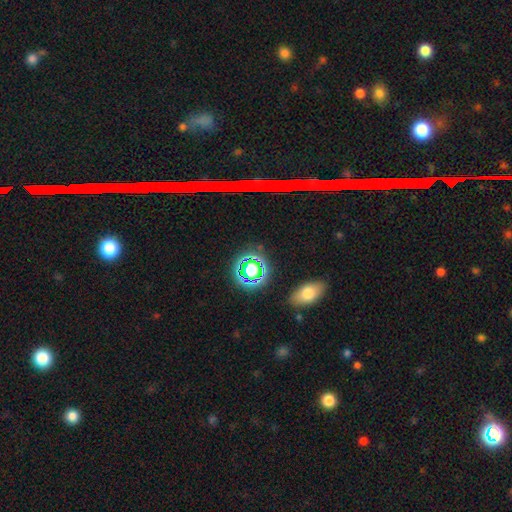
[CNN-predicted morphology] star or artifact 50%, smooth 38%, featured or disk 12%.